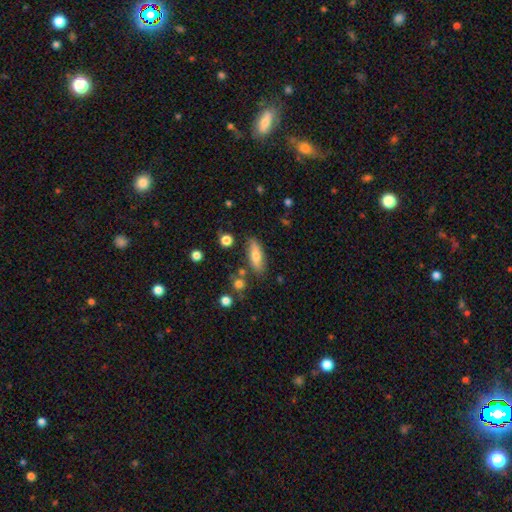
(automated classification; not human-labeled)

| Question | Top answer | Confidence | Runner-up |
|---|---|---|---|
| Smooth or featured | smooth | 68% | featured or disk (24%) |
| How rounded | in between | 57% | cigar-shaped (40%) |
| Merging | none | 77% | minor disturbance (14%) |